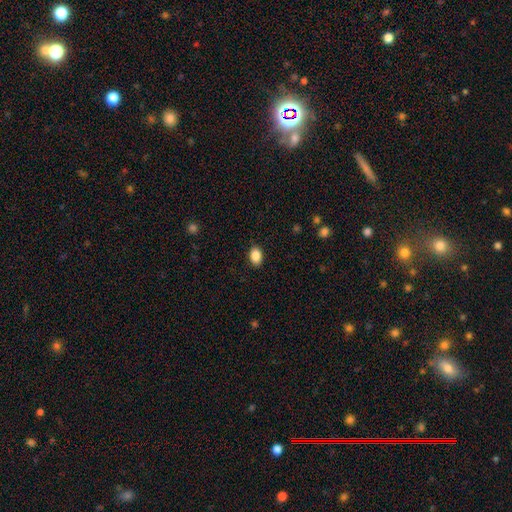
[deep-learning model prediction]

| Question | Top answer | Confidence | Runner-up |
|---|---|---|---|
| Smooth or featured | smooth | 88% | star or artifact (8%) |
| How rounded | in between | 81% | round (18%) |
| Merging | none | 89% | minor disturbance (8%) |